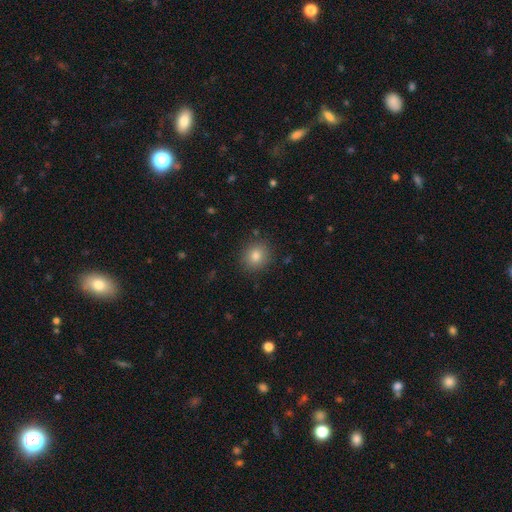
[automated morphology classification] A smooth galaxy with no disk features (81%) that is round (83%). Merging: none (89%).